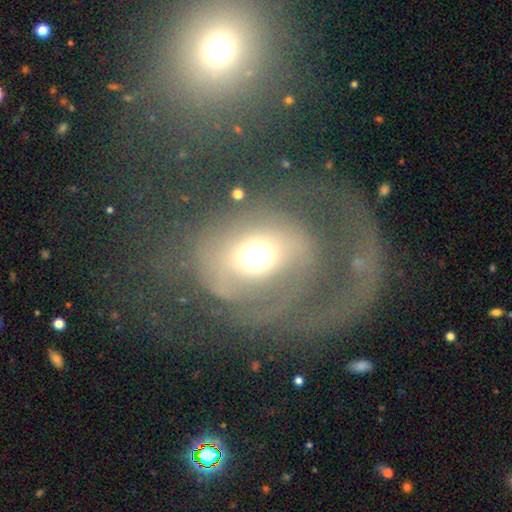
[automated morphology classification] A featured or disk galaxy (47%). Merging: major disturbance (43%).